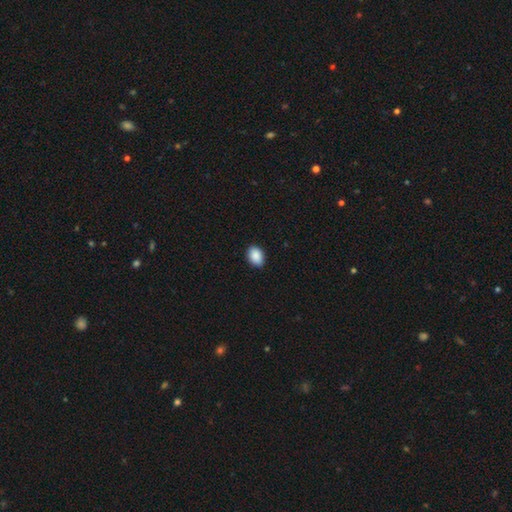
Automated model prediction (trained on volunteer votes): Morphology: type=smooth (90%); roundness=in between (81%); merging=none (88%).